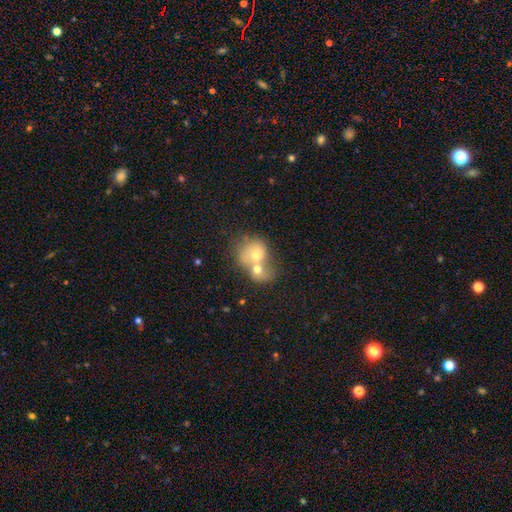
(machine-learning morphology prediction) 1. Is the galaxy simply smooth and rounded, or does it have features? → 62% smooth, 29% featured or disk, 9% star or artifact.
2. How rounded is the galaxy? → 61% round, 38% in between, 1% cigar-shaped.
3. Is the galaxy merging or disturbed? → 77% merger, 14% none, 5% minor disturbance, 4% major disturbance.